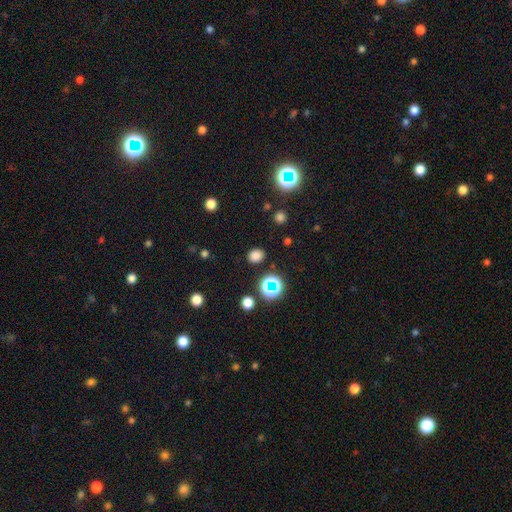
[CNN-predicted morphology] Smooth or featured? Predicted: smooth (p=0.75). How rounded? Predicted: round (p=0.58). Merging? Predicted: none (p=0.86).